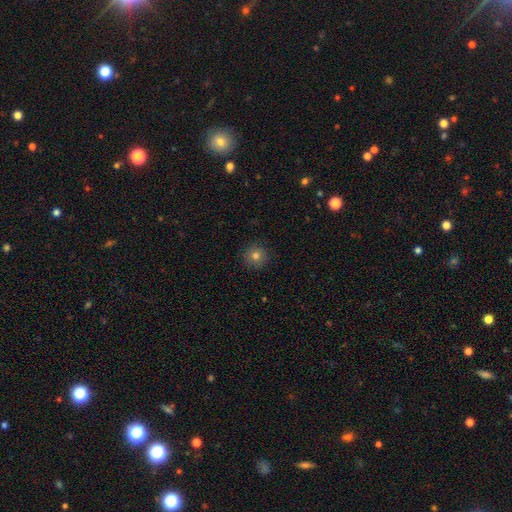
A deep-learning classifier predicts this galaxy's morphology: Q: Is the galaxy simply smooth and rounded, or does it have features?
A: smooth — 79%.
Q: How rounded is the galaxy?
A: round — 95%.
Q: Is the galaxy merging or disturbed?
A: none — 91%.